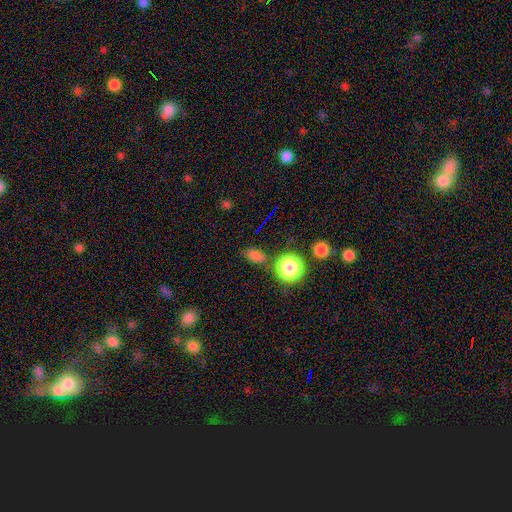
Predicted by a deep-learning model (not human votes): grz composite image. It shows a smooth galaxy with no disk features (73%) that is in between round and cigar-shaped (69%). Merging: none (78%).